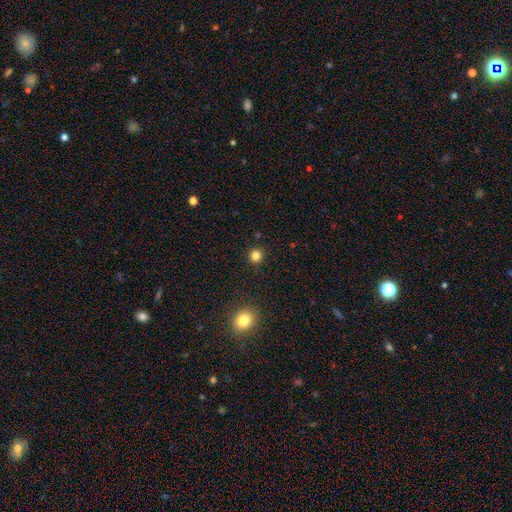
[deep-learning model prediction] smooth_or_featured: smooth (p=0.81) [alt: star or artifact p=0.14]
how_rounded: round (p=0.93) [alt: in between p=0.06]
merging: none (p=0.90) [alt: minor disturbance p=0.06]